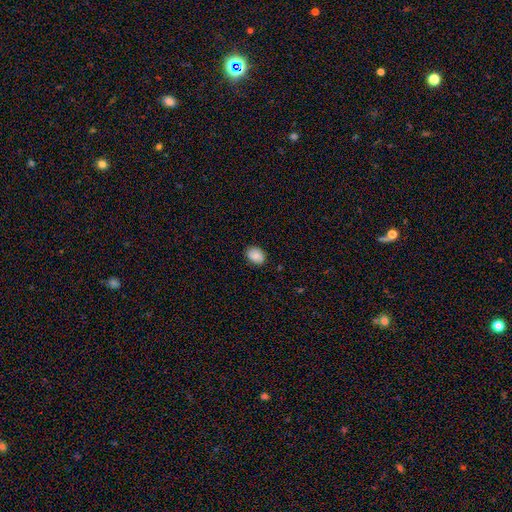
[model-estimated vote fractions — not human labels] Smooth or featured? smooth (84%)
How rounded? in between (70%)
Merging? none (84%)